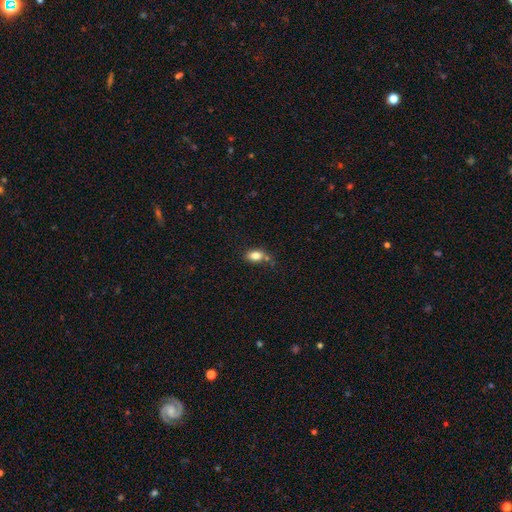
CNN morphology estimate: Smooth or featured? Predicted: smooth (p=0.82). How rounded? Predicted: in between (p=0.84). Merging? Predicted: none (p=0.57).